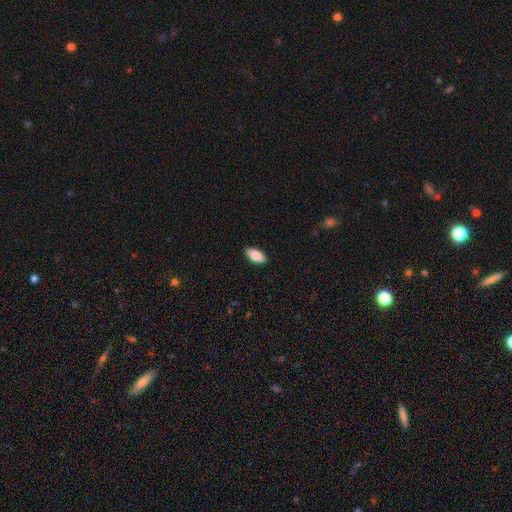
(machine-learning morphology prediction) Q: Smooth or featured?
A: smooth (85%); runner-up: featured or disk (9%)
Q: How rounded?
A: in between (90%); runner-up: cigar-shaped (8%)
Q: Merging?
A: none (89%); runner-up: minor disturbance (8%)